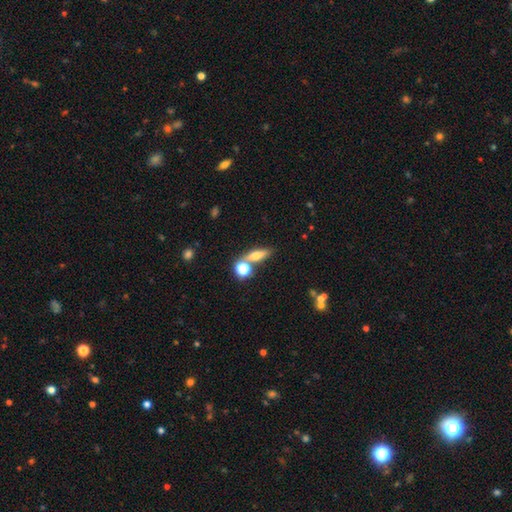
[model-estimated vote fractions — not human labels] This appears to be a smooth galaxy with no disk features (58%) that is in between round and cigar-shaped (44%). Merging: none (62%).